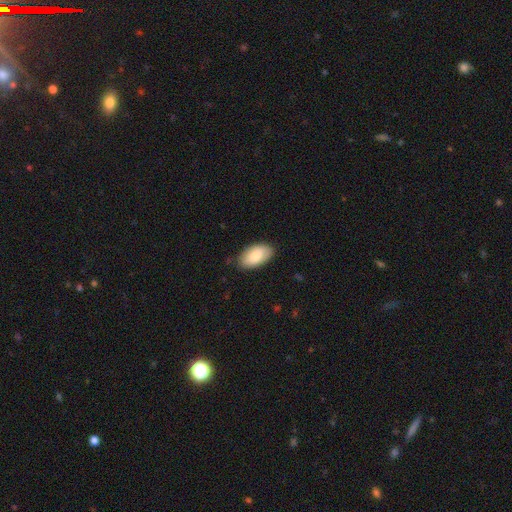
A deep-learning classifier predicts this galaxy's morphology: The model was most divided on "merging": none: 83%, minor disturbance: 14%, major disturbance: 2%, merger: 1%. More confident: how rounded — in between (95%); smooth or featured — smooth (82%).